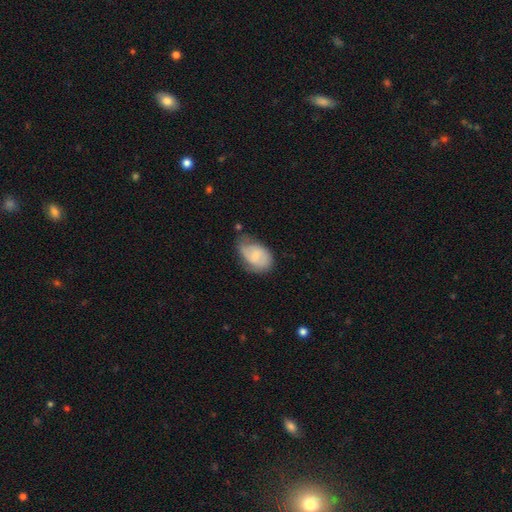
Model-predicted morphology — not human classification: A smooth galaxy with no disk features (54%) that is in between round and cigar-shaped (86%). Merging: none (44%).